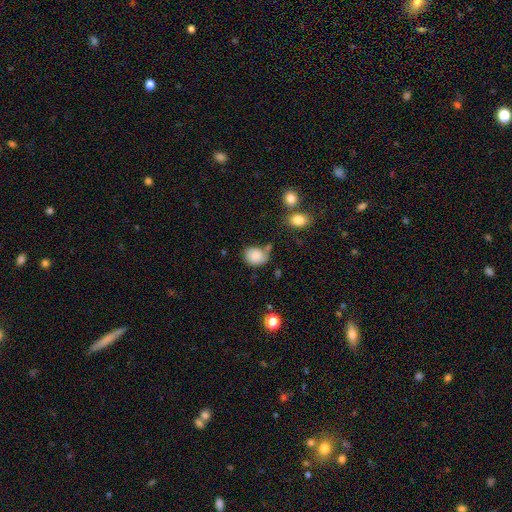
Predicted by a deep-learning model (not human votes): smooth_or_featured: smooth (p=0.82) [alt: featured or disk p=0.09]
how_rounded: round (p=0.51) [alt: in between p=0.48]
merging: none (p=0.51) [alt: minor disturbance p=0.29]